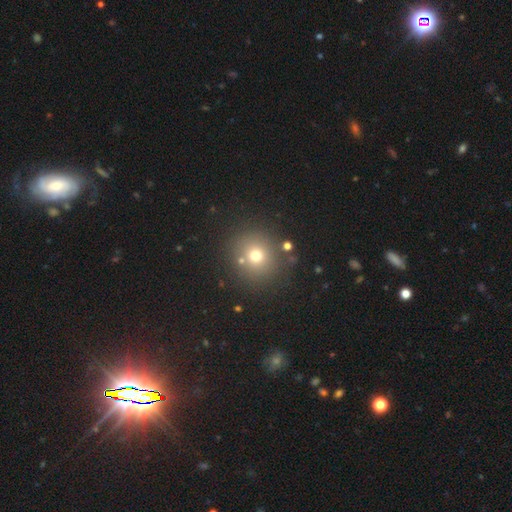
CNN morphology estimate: type=smooth (69%); roundness=round (90%); merging=none (82%).